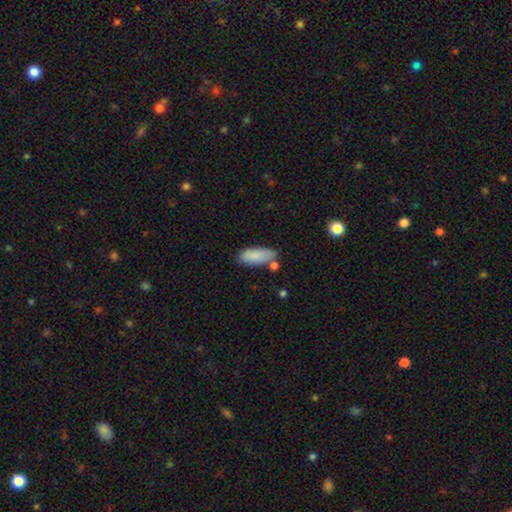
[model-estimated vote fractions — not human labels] Smooth or featured?
  - smooth: 86% *
  - featured or disk: 7%
  - star or artifact: 7%
How rounded?
  - in between: 78% *
  - cigar-shaped: 20%
  - round: 2%
Merging?
  - none: 64% *
  - minor disturbance: 22%
  - merger: 10%
  - major disturbance: 5%